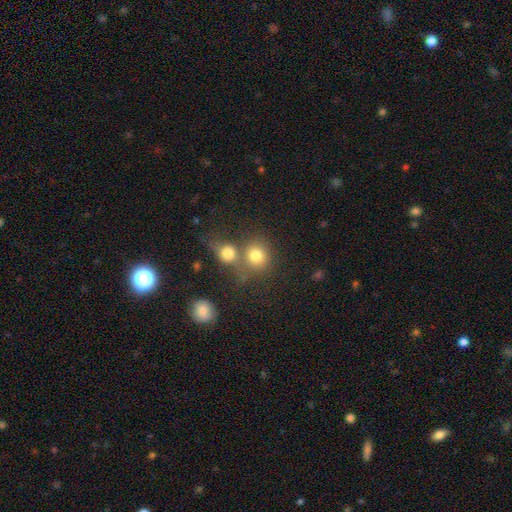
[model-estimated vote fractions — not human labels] Smooth or featured: smooth — 79% (star or artifact — 12%)
How rounded: round — 81% (in between — 18%)
Merging: none — 49% (merger — 38%)